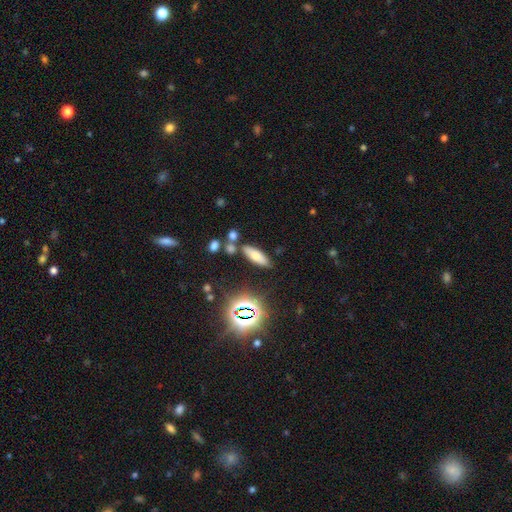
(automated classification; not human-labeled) Q: Smooth or featured?
A: smooth (65%); runner-up: star or artifact (18%)
Q: How rounded?
A: in between (58%); runner-up: cigar-shaped (38%)
Q: Merging?
A: none (76%); runner-up: minor disturbance (11%)